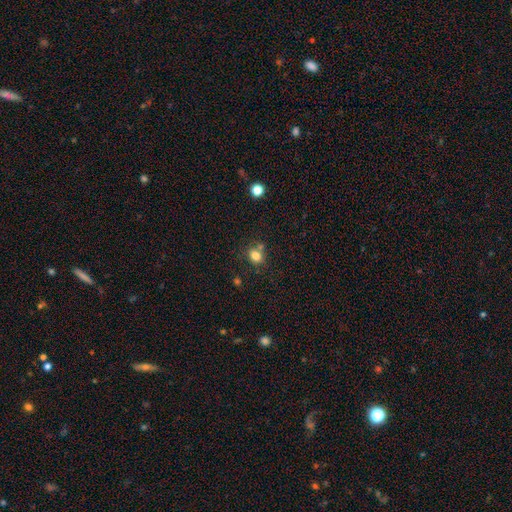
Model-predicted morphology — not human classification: smooth-or-featured: smooth: 80% | star or artifact: 12% | featured or disk: 8%
  how-rounded: round: 56% | in between: 43% | cigar-shaped: 1%
  merging: none: 62% | merger: 19% | minor disturbance: 15% | major disturbance: 5%